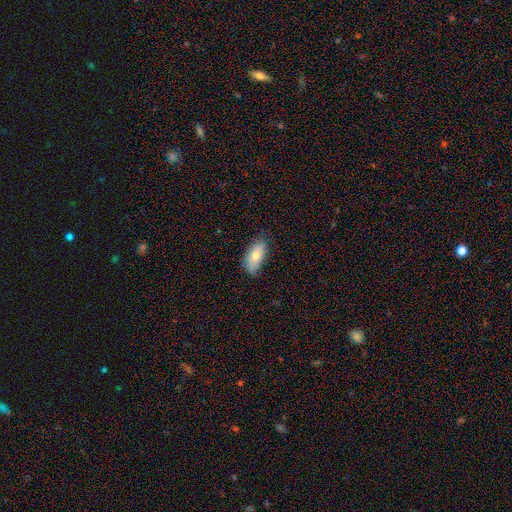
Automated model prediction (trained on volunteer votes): Overall: smooth (75%). How rounded: in between (88%). Merging: none (71%).